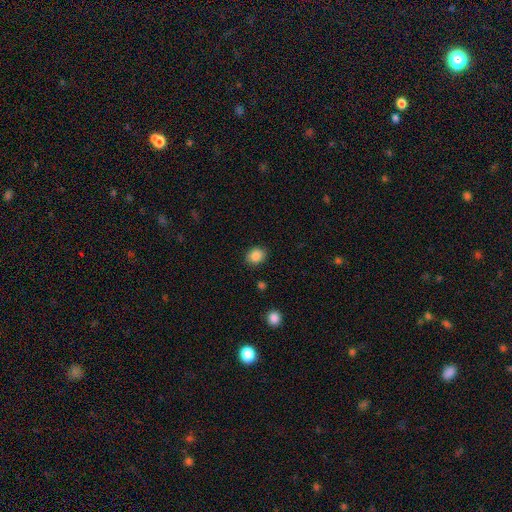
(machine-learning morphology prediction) This is clearly a smooth galaxy (87%). How rounded: possibly round (60%). Merging: clearly none (86%).